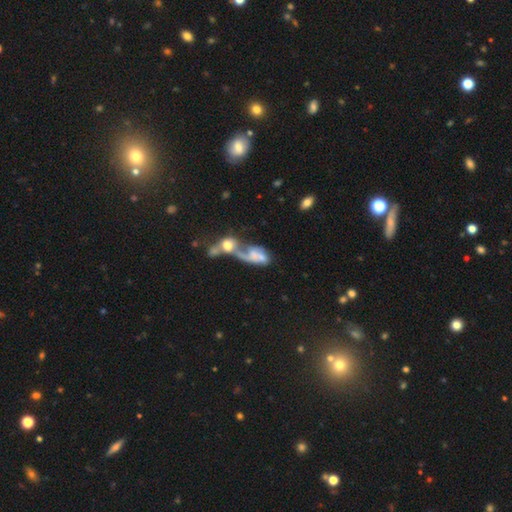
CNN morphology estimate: Smooth or featured: featured or disk — 51% (smooth — 39%)
Edge-on disk: no — 94% (yes — 6%)
Merging: merger — 71% (major disturbance — 15%)